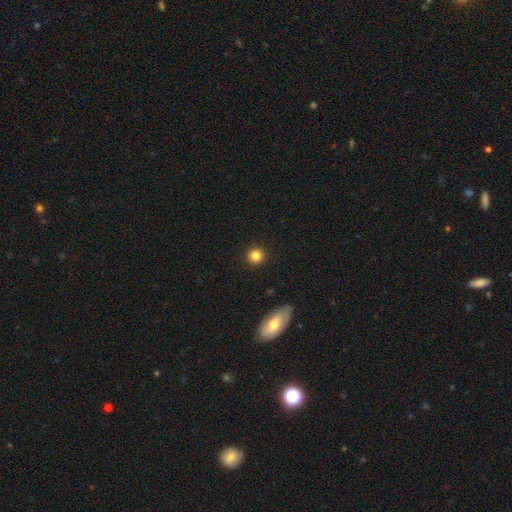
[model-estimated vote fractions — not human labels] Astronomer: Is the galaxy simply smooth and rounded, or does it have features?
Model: smooth — 84%.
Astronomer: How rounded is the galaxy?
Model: round — 93%.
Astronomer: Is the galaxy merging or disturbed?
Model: none — 91%.